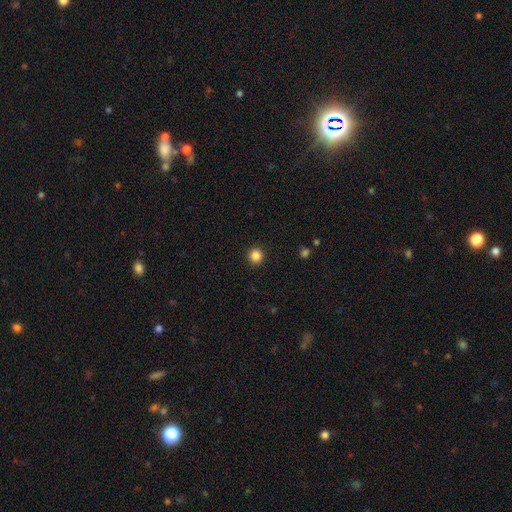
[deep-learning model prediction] Smooth or featured? Predicted: smooth (p=0.86). How rounded? Predicted: round (p=0.94). Merging? Predicted: none (p=0.92).